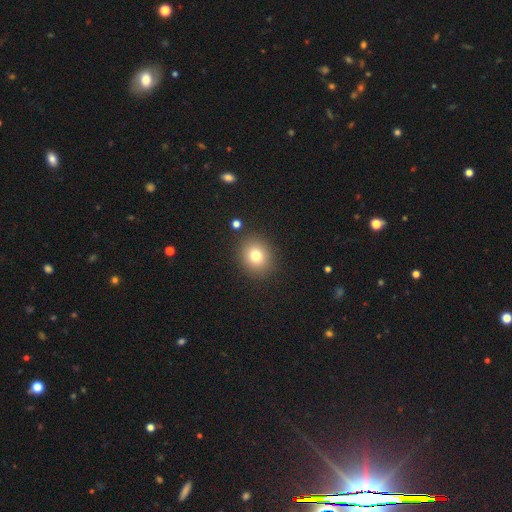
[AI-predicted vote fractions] Smooth or featured: smooth — 78% (star or artifact — 13%)
How rounded: round — 70% (in between — 29%)
Merging: none — 87% (minor disturbance — 8%)